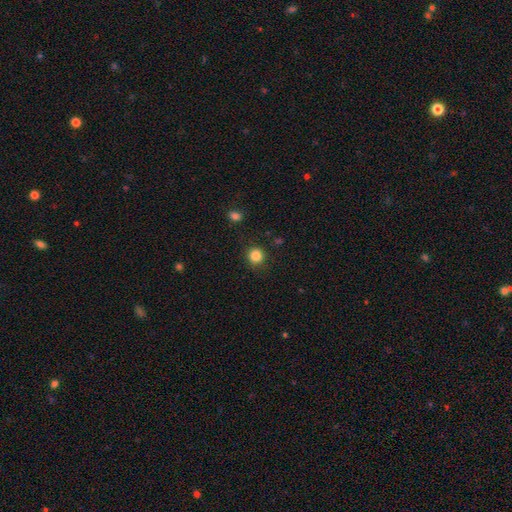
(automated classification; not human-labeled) smooth-or-featured: smooth: 85% | star or artifact: 11% | featured or disk: 4%
  how-rounded: round: 92% | in between: 7% | cigar-shaped: 1%
  merging: none: 87% | minor disturbance: 8% | major disturbance: 3% | merger: 2%